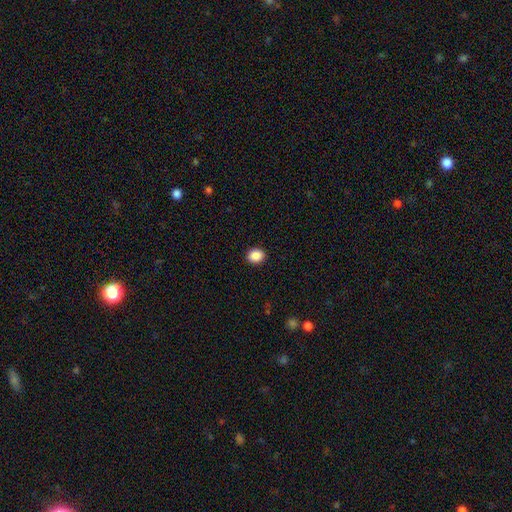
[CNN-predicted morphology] Q: Smooth or featured?
A: smooth (89%); runner-up: star or artifact (9%)
Q: How rounded?
A: round (63%); runner-up: in between (36%)
Q: Merging?
A: none (91%); runner-up: minor disturbance (6%)